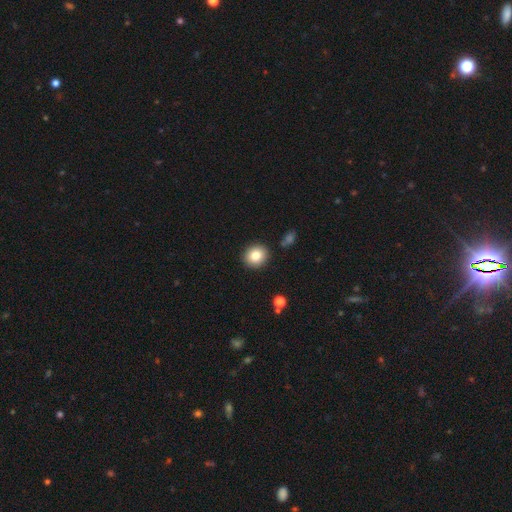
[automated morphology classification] Q: Smooth or featured?
A: smooth (83%); runner-up: star or artifact (9%)
Q: How rounded?
A: round (82%); runner-up: in between (17%)
Q: Merging?
A: none (89%); runner-up: minor disturbance (7%)